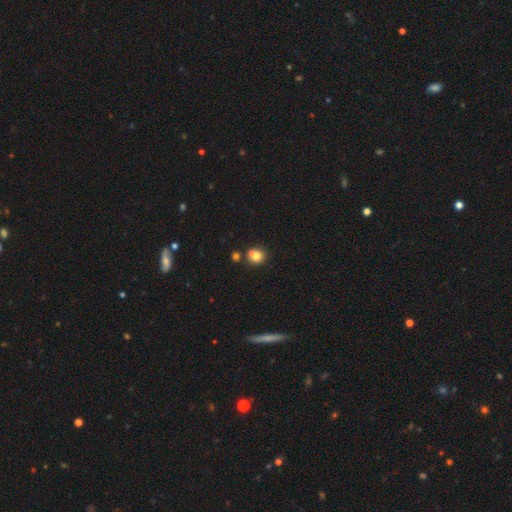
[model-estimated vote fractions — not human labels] Smooth or featured?
  - smooth: 80% *
  - star or artifact: 11%
  - featured or disk: 9%
How rounded?
  - round: 80% *
  - in between: 19%
  - cigar-shaped: 1%
Merging?
  - none: 61% *
  - merger: 25%
  - minor disturbance: 11%
  - major disturbance: 3%